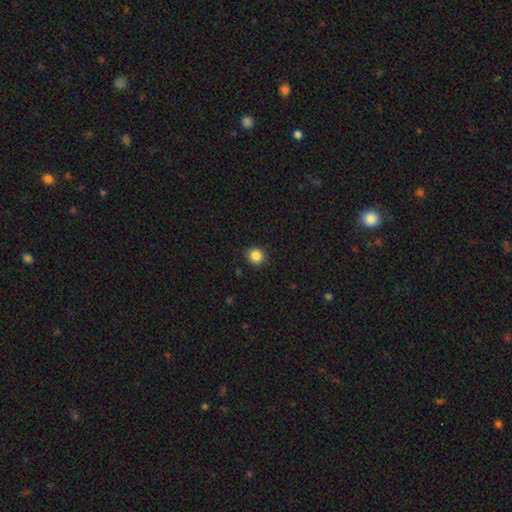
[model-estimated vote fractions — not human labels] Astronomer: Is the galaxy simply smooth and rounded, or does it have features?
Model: smooth — 86%.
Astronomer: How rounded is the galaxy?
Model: round — 90%.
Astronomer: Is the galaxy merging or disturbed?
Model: none — 91%.